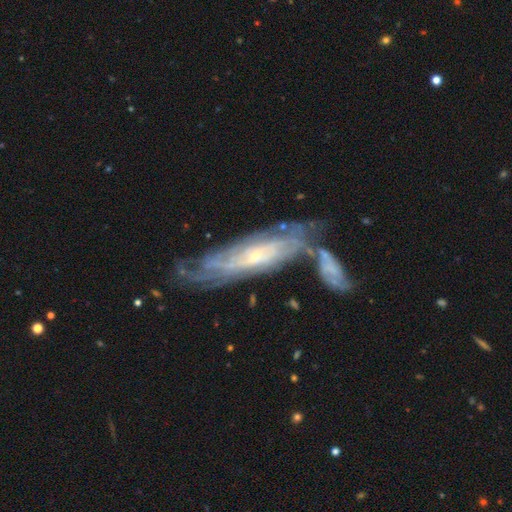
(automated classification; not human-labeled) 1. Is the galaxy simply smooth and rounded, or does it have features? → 83% featured or disk, 11% smooth, 6% star or artifact.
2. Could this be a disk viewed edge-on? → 77% no, 23% yes.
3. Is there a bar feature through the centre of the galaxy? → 64% no, 27% weak, 9% strong.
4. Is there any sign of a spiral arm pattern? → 92% yes, 8% no.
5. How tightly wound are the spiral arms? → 69% tight, 24% medium, 8% loose.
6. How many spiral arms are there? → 55% can't tell, 12% 4, 10% 2, 9% 3, 9% more than 4, 4% 1.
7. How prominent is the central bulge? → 70% small, 24% moderate, 3% none, 2% large, 1% dominant.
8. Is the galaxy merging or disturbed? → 48% none, 26% merger, 17% minor disturbance, 9% major disturbance.